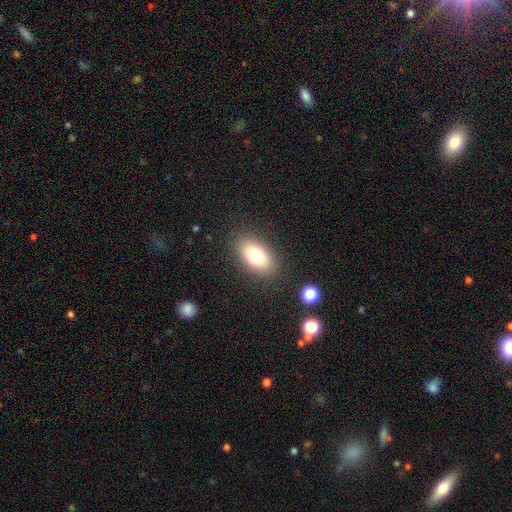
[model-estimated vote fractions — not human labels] Smooth or featured: smooth — 76% (featured or disk — 15%)
How rounded: in between — 90% (round — 8%)
Merging: none — 85% (minor disturbance — 10%)